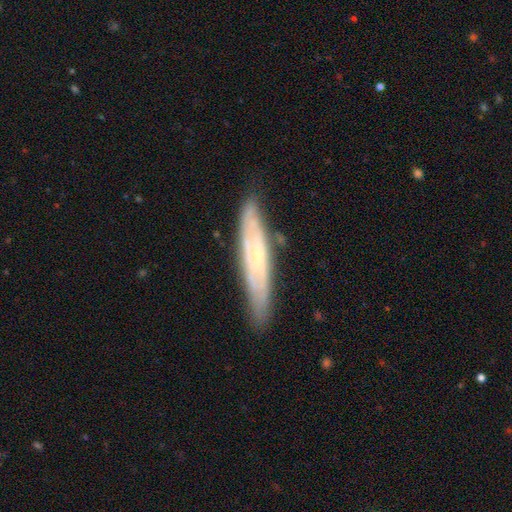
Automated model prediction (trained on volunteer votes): Smooth or featured? featured or disk (65%)
Edge-on disk? yes (56%)
Merging? none (80%)